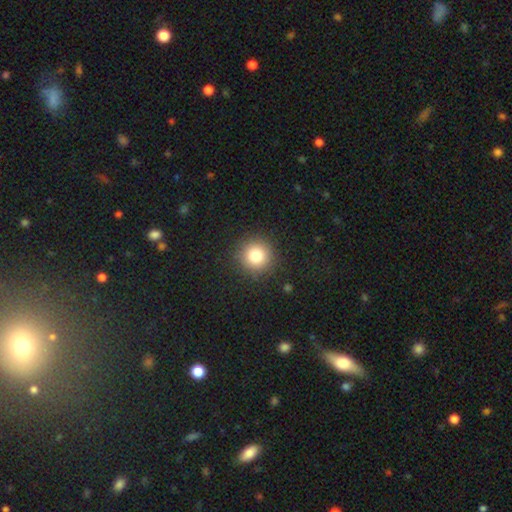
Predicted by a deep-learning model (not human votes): Smooth or featured? Predicted: smooth (p=0.80). How rounded? Predicted: round (p=0.94). Merging? Predicted: none (p=0.90).